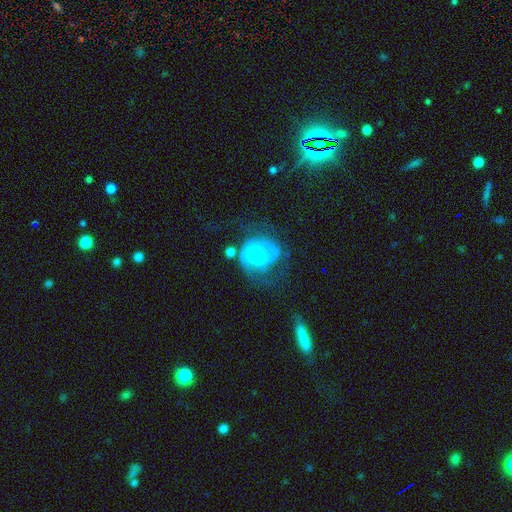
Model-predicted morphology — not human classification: Overall: featured or disk (74%). Edge-on disk: no (98%). Bar: no (45%; weak 44%). Spiral arms: yes (88%). Spiral arm count: 2 (66%). Spiral winding: medium (48%; loose 30%). Bulge size: small (41%; moderate 34%). Merging: none (41%; major disturbance 29%).